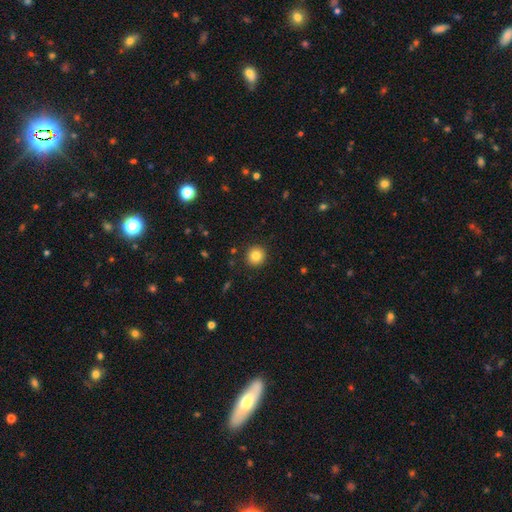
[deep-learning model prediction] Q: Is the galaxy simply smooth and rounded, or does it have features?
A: smooth — 83%.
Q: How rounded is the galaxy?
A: round — 94%.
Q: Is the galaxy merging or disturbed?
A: none — 91%.